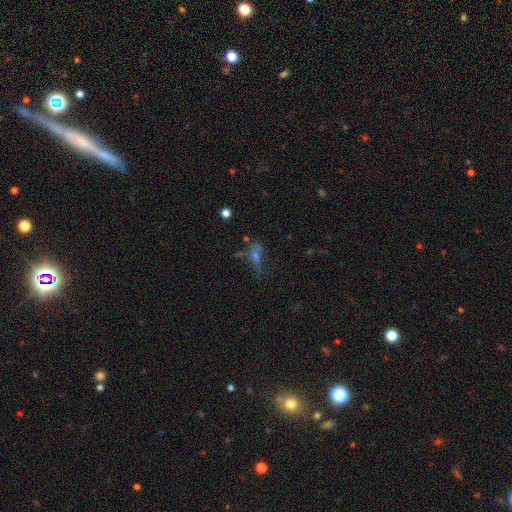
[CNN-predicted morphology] Smooth or featured: featured or disk — 43% (smooth — 32%)
Merging: none — 49% (major disturbance — 21%)